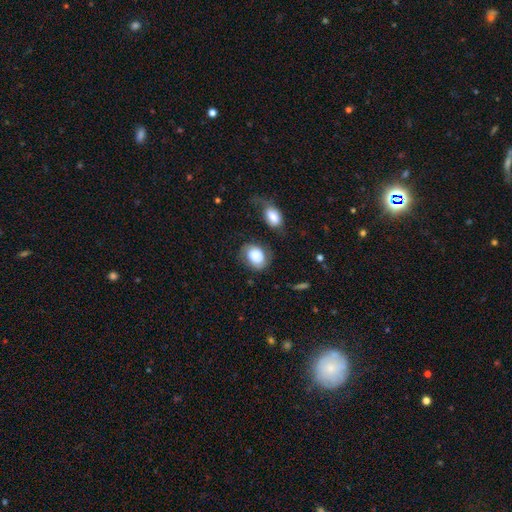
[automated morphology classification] The model was most divided on "how rounded": in between: 61%, round: 37%, cigar-shaped: 1%. More confident: smooth or featured — smooth (63%); merging — none (54%).